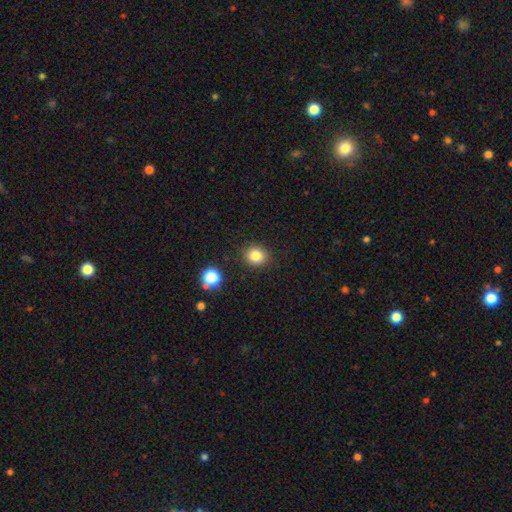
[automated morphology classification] Q: Smooth or featured?
A: smooth (82%); runner-up: star or artifact (12%)
Q: How rounded?
A: round (75%); runner-up: in between (24%)
Q: Merging?
A: none (88%); runner-up: minor disturbance (8%)